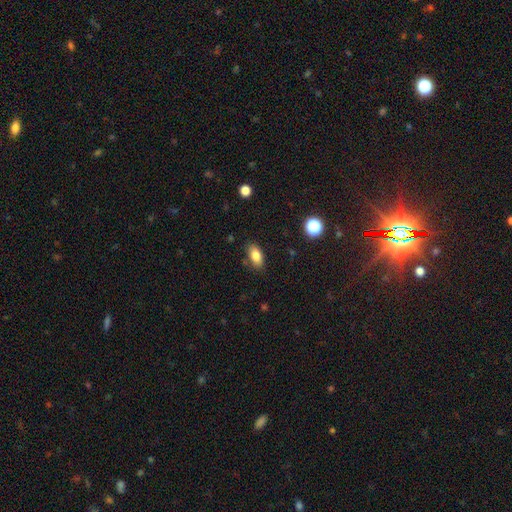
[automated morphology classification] smooth-or-featured: smooth: 81% | featured or disk: 10% | star or artifact: 9%
  how-rounded: in between: 89% | round: 6% | cigar-shaped: 6%
  merging: none: 84% | minor disturbance: 11% | major disturbance: 3% | merger: 2%